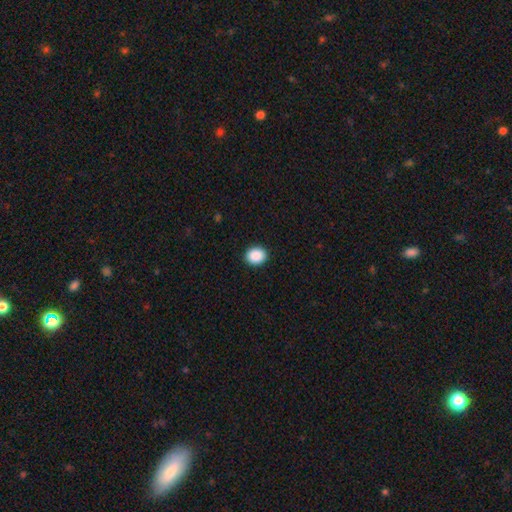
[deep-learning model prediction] A smooth galaxy with no disk features (90%) that is round (58%). Merging: none (92%).